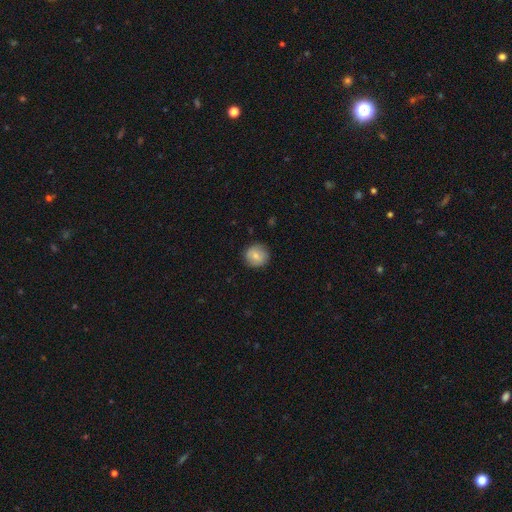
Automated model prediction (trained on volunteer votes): Overall: smooth (73%). How rounded: round (92%). Merging: none (86%).